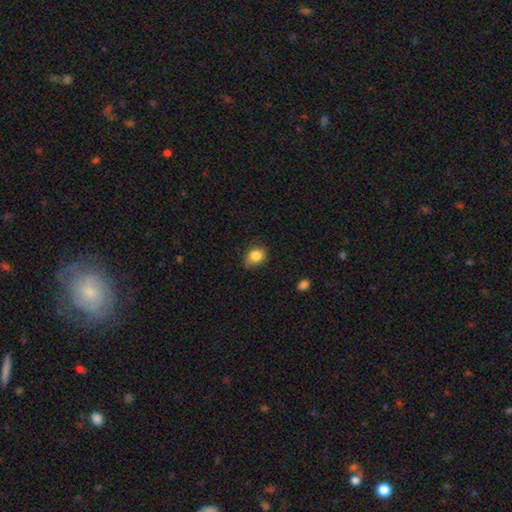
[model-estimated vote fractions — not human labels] smooth 84%, star or artifact 9%, featured or disk 7%. Down the decision tree: how rounded — in between (50%); merging — none (71%).